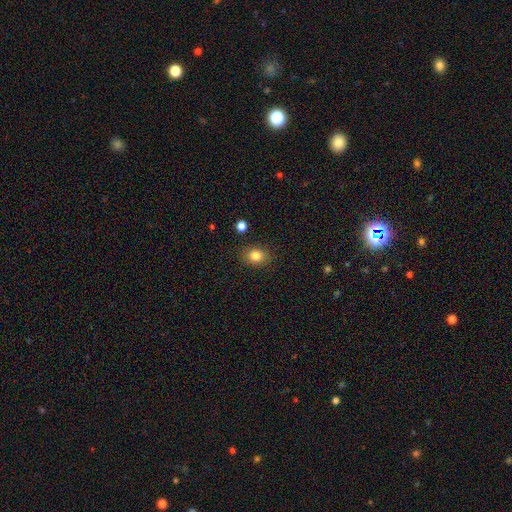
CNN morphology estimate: Smooth or featured? smooth (82%)
How rounded? in between (52%)
Merging? none (87%)